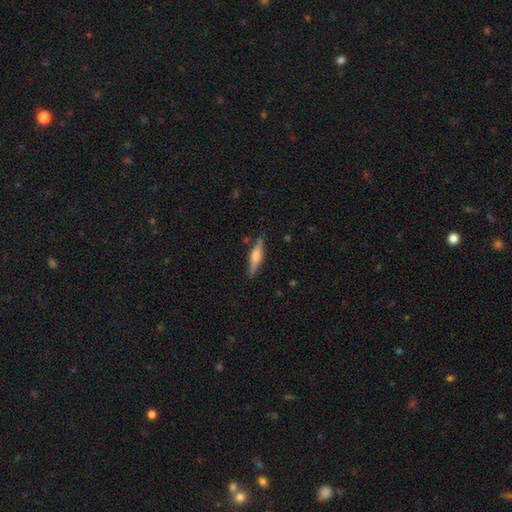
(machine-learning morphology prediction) Smooth or featured: featured or disk — 51% (smooth — 43%)
Edge-on disk: yes — 95% (no — 5%)
Merging: none — 86% (minor disturbance — 10%)